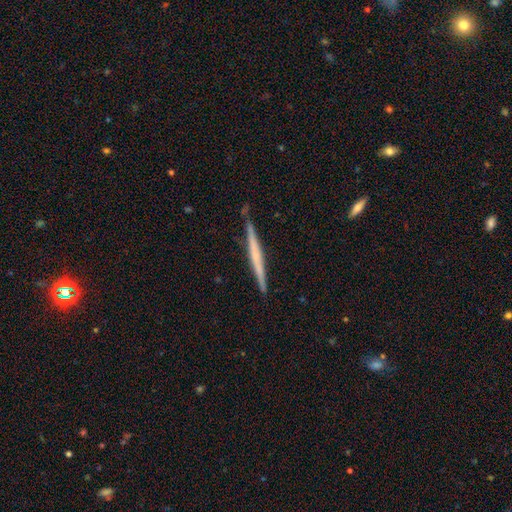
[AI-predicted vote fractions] Overall: featured or disk (56%; smooth 39%). Edge-on disk: yes (98%). Edge-on bulge: none (76%). Merging: none (89%).